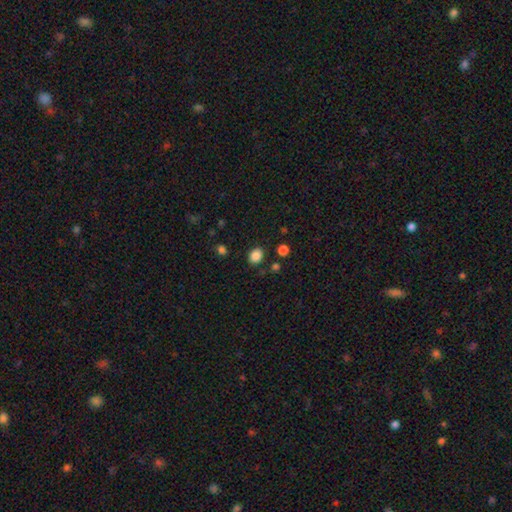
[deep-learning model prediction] This is clearly a smooth galaxy (85%). How rounded: possibly round (57%). Merging: clearly none (83%).